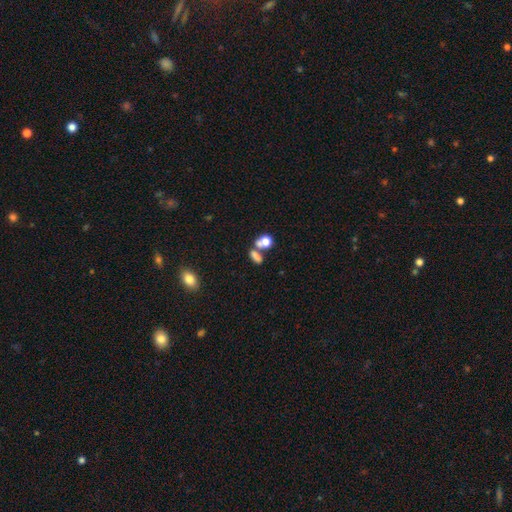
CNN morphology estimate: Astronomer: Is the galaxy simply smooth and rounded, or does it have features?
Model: smooth — 75%.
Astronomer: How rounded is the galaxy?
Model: in between — 68%.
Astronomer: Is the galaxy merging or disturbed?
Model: merger — 42%, tied with none at 42%.